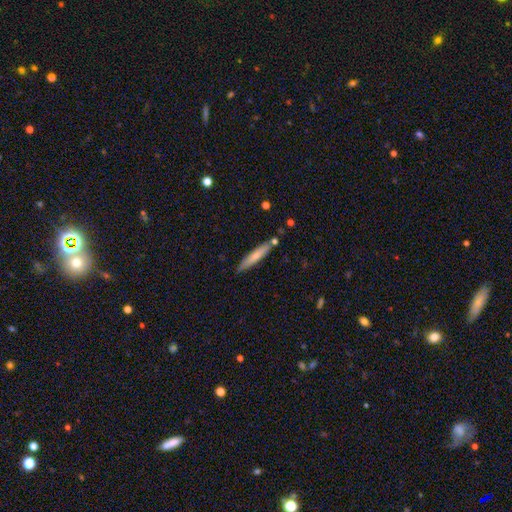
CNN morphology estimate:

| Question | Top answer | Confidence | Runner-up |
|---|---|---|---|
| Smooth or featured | smooth | 70% | featured or disk (24%) |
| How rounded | cigar-shaped | 92% | in between (7%) |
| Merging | none | 81% | minor disturbance (12%) |